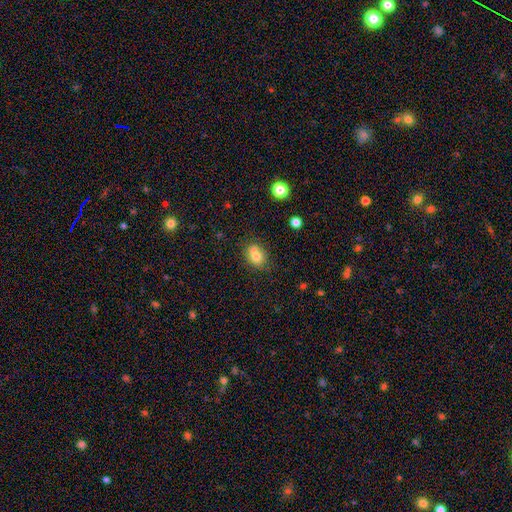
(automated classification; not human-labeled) Q: Smooth or featured?
A: smooth (73%); runner-up: featured or disk (16%)
Q: How rounded?
A: round (61%); runner-up: in between (38%)
Q: Merging?
A: none (45%); runner-up: merger (40%)